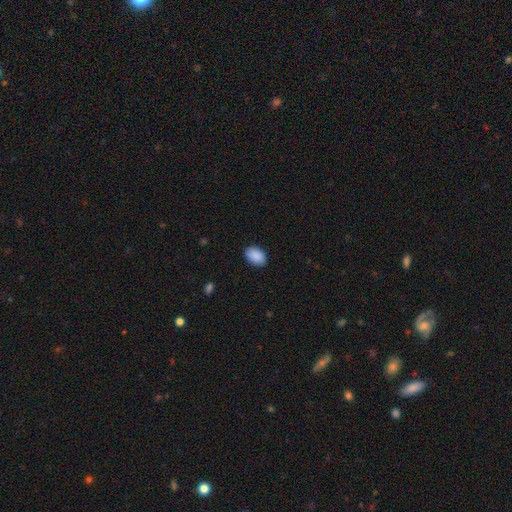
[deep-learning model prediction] Overall: smooth (91%). How rounded: in between (89%). Merging: none (88%).